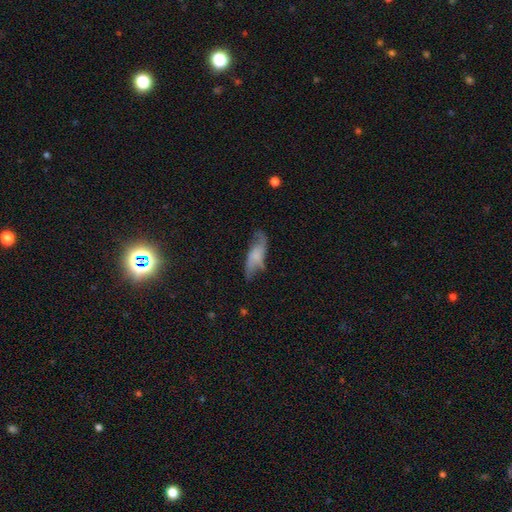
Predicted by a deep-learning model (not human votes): Q: Smooth or featured?
A: featured or disk (53%); runner-up: smooth (39%)
Q: Edge-on disk?
A: no (78%); runner-up: yes (22%)
Q: Merging?
A: none (57%); runner-up: minor disturbance (26%)